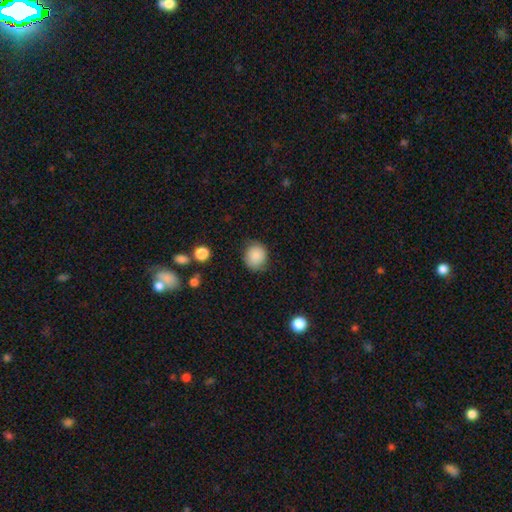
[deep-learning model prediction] Smooth or featured: smooth — 86% (star or artifact — 8%)
How rounded: round — 77% (in between — 22%)
Merging: none — 77% (minor disturbance — 17%)